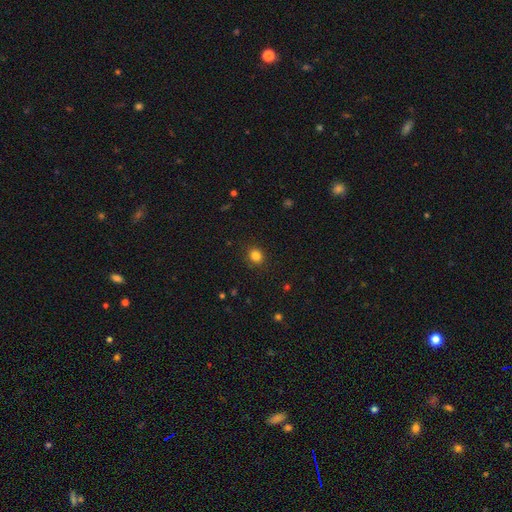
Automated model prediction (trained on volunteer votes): Smooth or featured: smooth — 83% (star or artifact — 13%)
How rounded: round — 76% (in between — 24%)
Merging: none — 89% (minor disturbance — 7%)